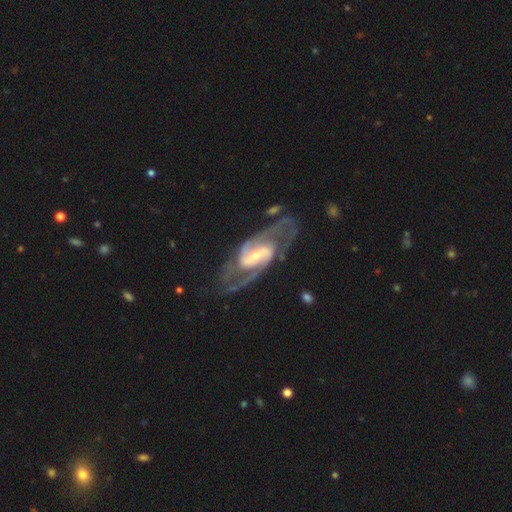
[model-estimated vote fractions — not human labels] A featured or disk galaxy (92%) with a strong bar (55%), 2 (89%) medium (57%) spiral arms (98%) and a small central bulge (61%). Merging: none (65%).